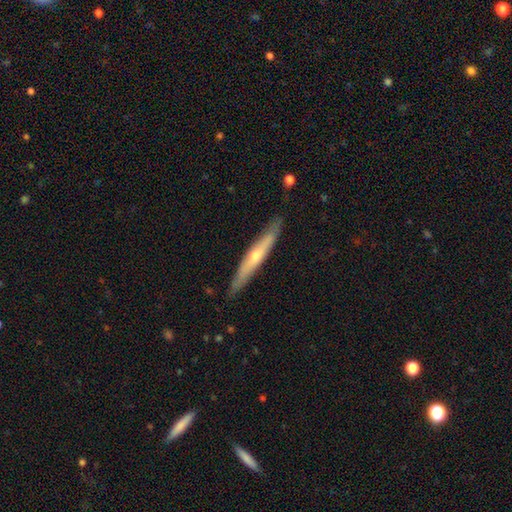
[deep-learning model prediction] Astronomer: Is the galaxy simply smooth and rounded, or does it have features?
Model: featured or disk — 56% (runner-up: smooth, 39%).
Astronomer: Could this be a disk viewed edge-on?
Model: yes — 91%.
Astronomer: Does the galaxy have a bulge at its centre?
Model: rounded — 66%.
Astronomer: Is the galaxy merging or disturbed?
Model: none — 87%.